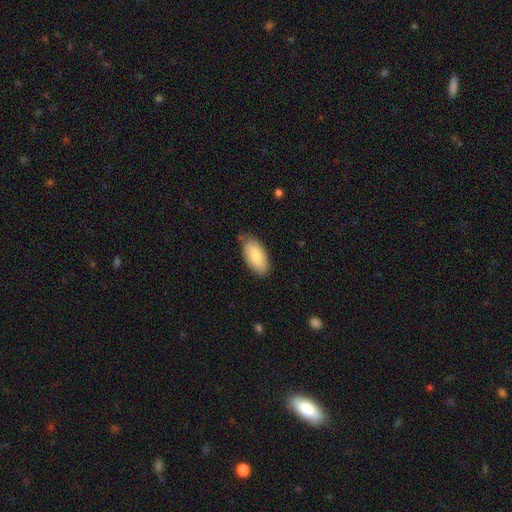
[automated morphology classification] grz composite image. It shows a smooth galaxy with no disk features (81%) that is in between round and cigar-shaped (94%). Merging: none (74%).